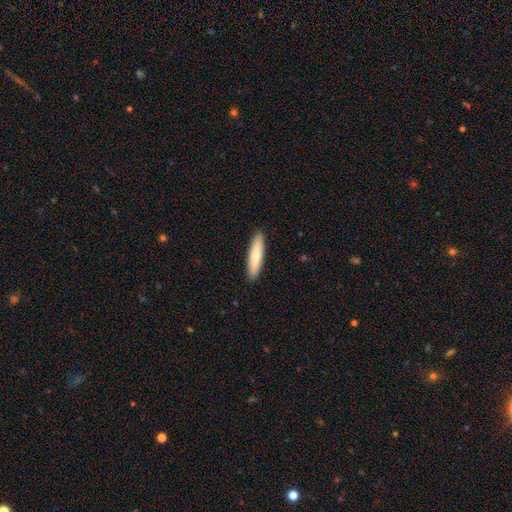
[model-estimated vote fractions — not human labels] Q: Smooth or featured?
A: smooth (78%); runner-up: featured or disk (17%)
Q: How rounded?
A: cigar-shaped (81%); runner-up: in between (18%)
Q: Merging?
A: none (91%); runner-up: minor disturbance (7%)